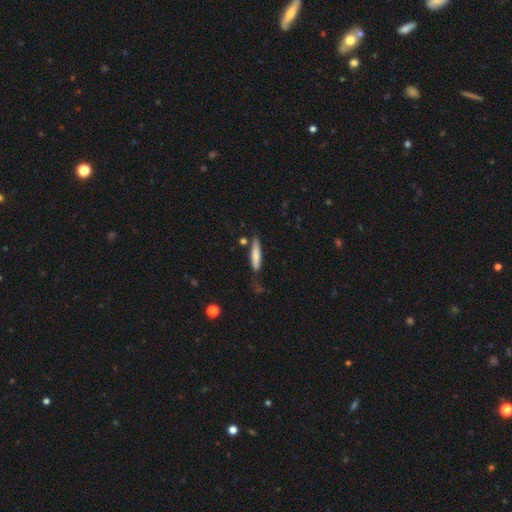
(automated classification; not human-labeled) smooth 73%, featured or disk 20%, star or artifact 6%. Down the decision tree: how rounded — cigar-shaped (83%); merging — none (65%).